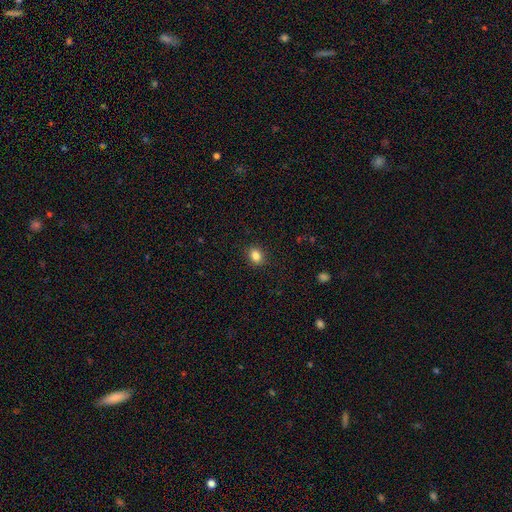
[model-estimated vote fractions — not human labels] Smooth or featured?
  - smooth: 85% *
  - star or artifact: 10%
  - featured or disk: 5%
How rounded?
  - in between: 52% *
  - round: 47%
  - cigar-shaped: 1%
Merging?
  - none: 89% *
  - minor disturbance: 8%
  - major disturbance: 2%
  - merger: 1%